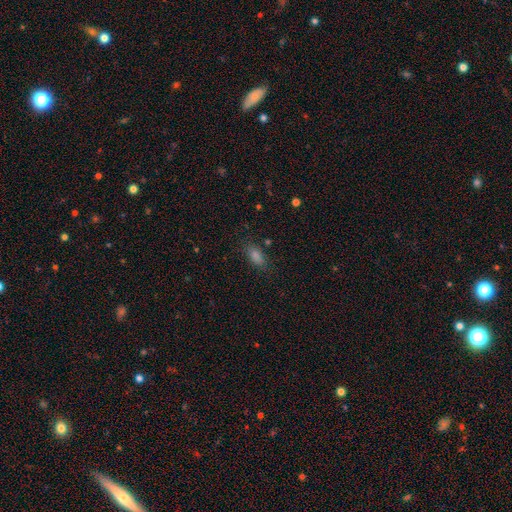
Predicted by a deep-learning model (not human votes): Smooth or featured: smooth — 75% (star or artifact — 17%)
How rounded: in between — 80% (cigar-shaped — 14%)
Merging: none — 81% (minor disturbance — 13%)